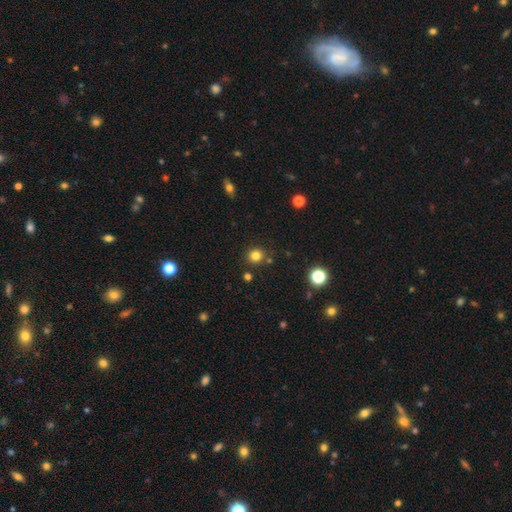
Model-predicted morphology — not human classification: Smooth or featured? Predicted: smooth (p=0.81). How rounded? Predicted: round (p=0.89). Merging? Predicted: none (p=0.86).